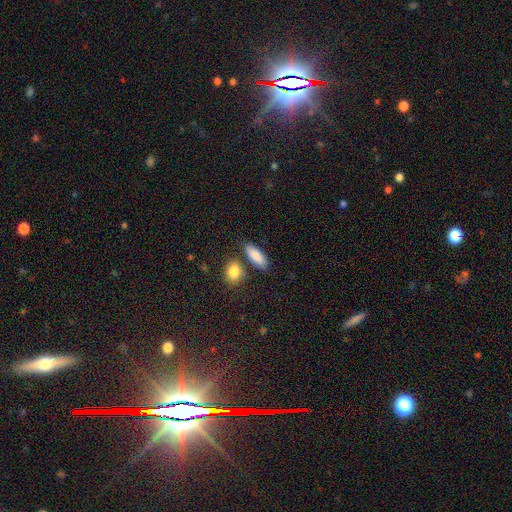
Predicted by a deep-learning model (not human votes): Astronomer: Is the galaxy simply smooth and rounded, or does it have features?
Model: smooth — 87%.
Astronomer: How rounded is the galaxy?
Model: in between — 72%.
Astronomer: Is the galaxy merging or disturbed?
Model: none — 75%.